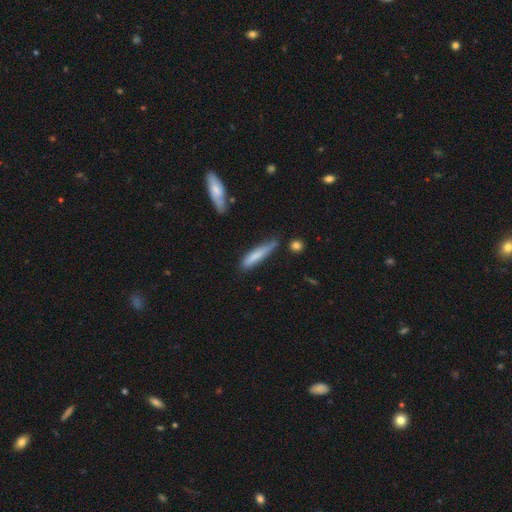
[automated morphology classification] Smooth or featured?
  - smooth: 74% *
  - featured or disk: 20%
  - star or artifact: 6%
How rounded?
  - cigar-shaped: 88% *
  - in between: 10%
  - round: 1%
Merging?
  - none: 63% *
  - minor disturbance: 27%
  - major disturbance: 5%
  - merger: 5%